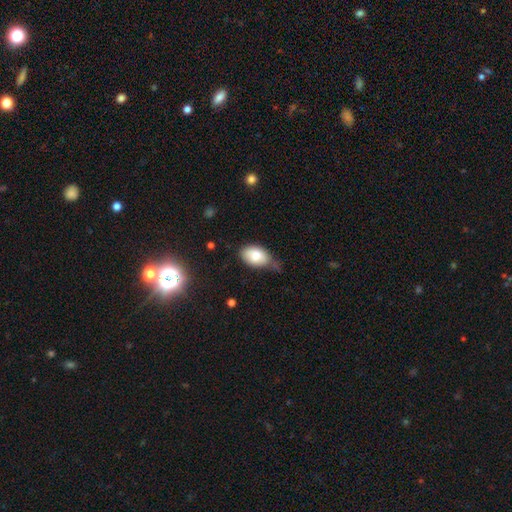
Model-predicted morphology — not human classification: Overall: smooth (79%). How rounded: in between (90%). Merging: none (46%; minor disturbance 39%).